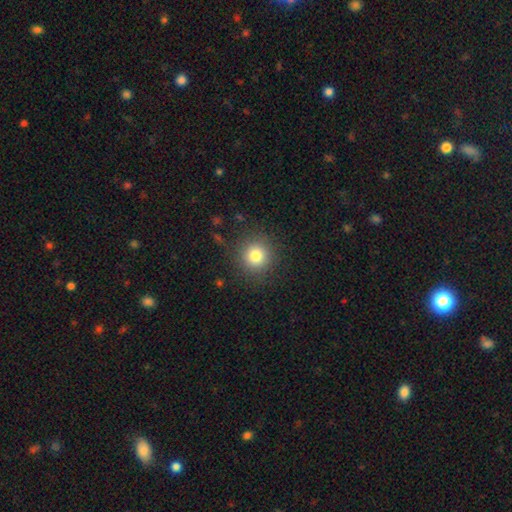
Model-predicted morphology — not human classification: Smooth or featured: smooth — 80% (star or artifact — 12%)
How rounded: round — 93% (in between — 6%)
Merging: none — 87% (minor disturbance — 8%)